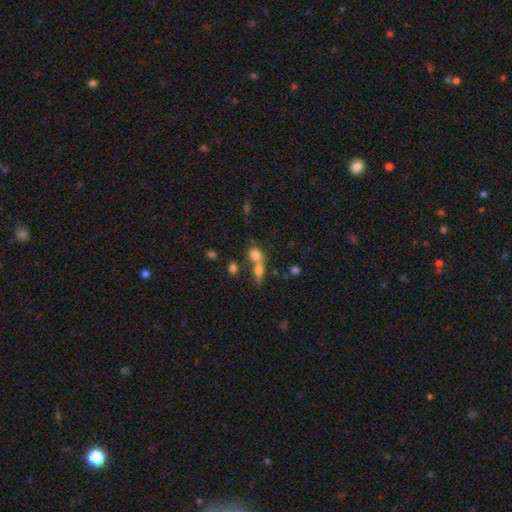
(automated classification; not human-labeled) This is likely a smooth galaxy (73%). How rounded: possibly in between (49%). Merging: possibly merger (56%).